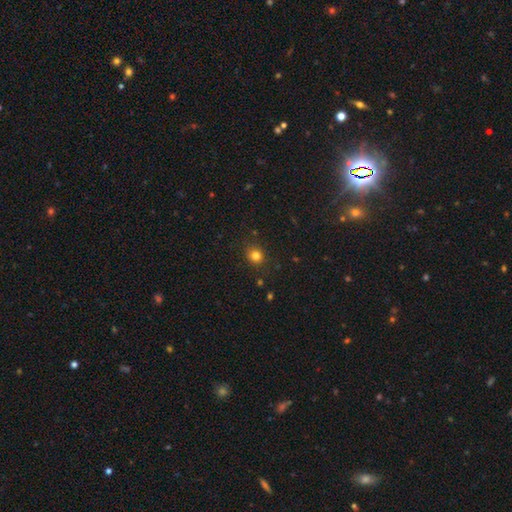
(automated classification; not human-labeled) Smooth or featured? Predicted: smooth (p=0.81). How rounded? Predicted: round (p=0.81). Merging? Predicted: none (p=0.86).